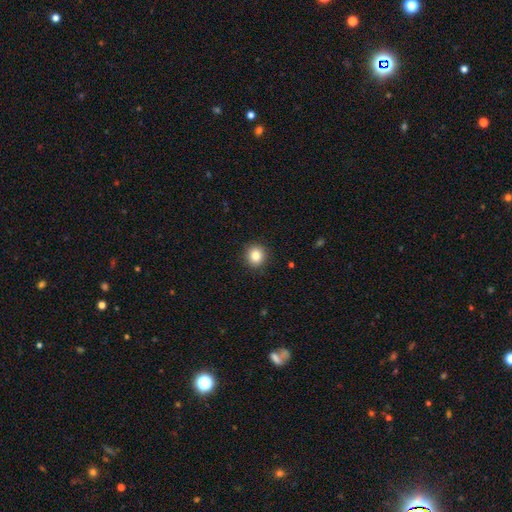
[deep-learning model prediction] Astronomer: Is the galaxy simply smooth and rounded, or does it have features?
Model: smooth — 84%.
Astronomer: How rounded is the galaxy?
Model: round — 92%.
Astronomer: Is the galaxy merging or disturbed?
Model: none — 91%.